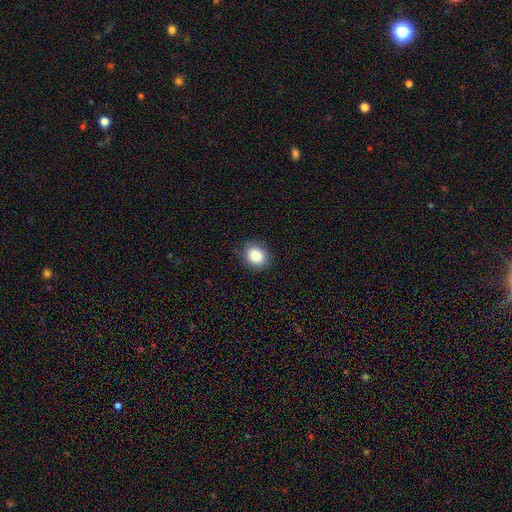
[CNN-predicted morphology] The model was most divided on "how rounded": round: 52%, in between: 47%, cigar-shaped: 1%. More confident: smooth or featured — smooth (87%); merging — none (86%).